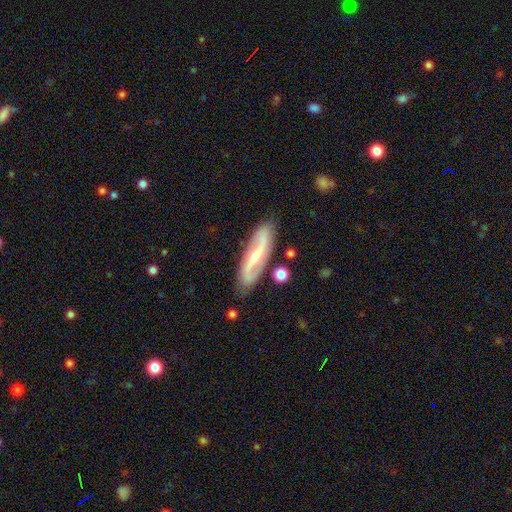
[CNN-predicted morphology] Smooth or featured: featured or disk — 79% (smooth — 16%)
Edge-on disk: no — 88% (yes — 12%)
Bar: strong — 41% (weak — 37%)
Spiral arms: yes — 94% (no — 6%)
Spiral winding: loose — 48% (medium — 37%)
Spiral arm count: 2 — 91% (can't tell — 4%)
Bulge size: small — 55% (moderate — 32%)
Merging: none — 83% (minor disturbance — 11%)